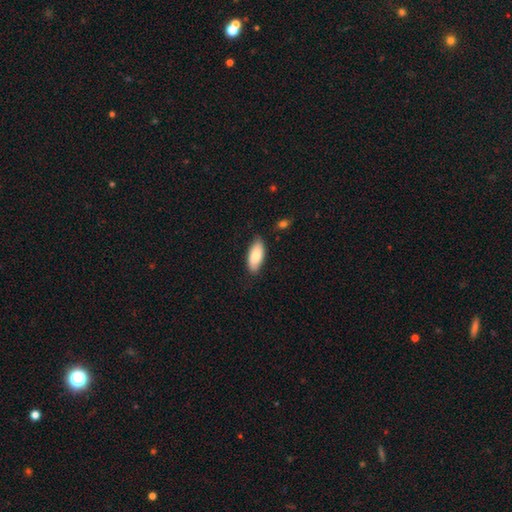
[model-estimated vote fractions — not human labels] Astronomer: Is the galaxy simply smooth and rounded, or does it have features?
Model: smooth — 85%.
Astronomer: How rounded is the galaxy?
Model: in between — 87%.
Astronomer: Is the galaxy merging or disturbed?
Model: none — 81%.